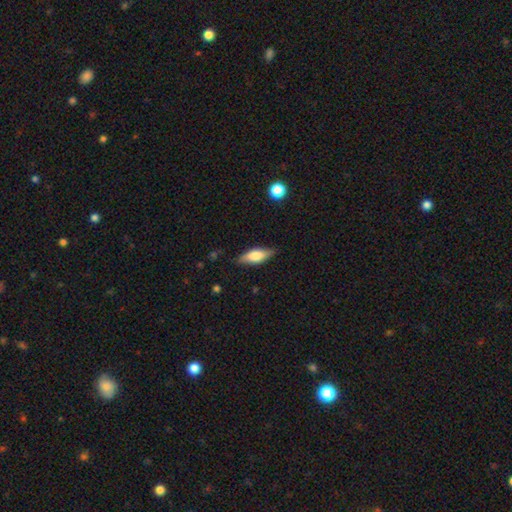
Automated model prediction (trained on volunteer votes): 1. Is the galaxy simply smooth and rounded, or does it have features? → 64% smooth, 30% featured or disk, 7% star or artifact.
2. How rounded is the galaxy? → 65% in between, 32% cigar-shaped, 3% round.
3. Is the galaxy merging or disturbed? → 80% none, 15% minor disturbance, 3% major disturbance, 1% merger.